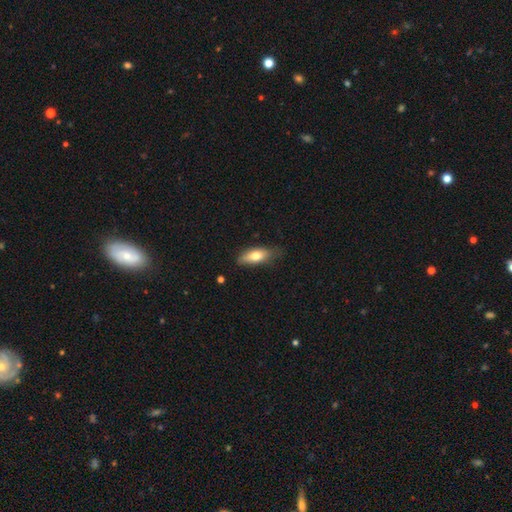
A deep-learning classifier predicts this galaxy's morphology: Smooth or featured? Predicted: smooth (p=0.72). How rounded? Predicted: in between (p=0.73). Merging? Predicted: none (p=0.70).